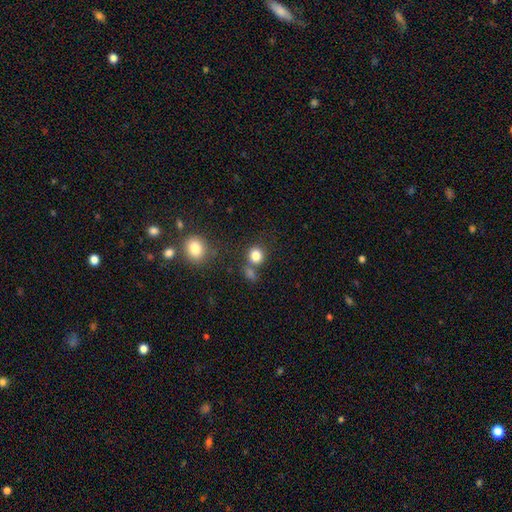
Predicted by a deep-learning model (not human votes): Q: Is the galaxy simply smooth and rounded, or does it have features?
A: smooth — 83%.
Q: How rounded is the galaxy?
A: round — 82%.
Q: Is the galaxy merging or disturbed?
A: none — 64%.